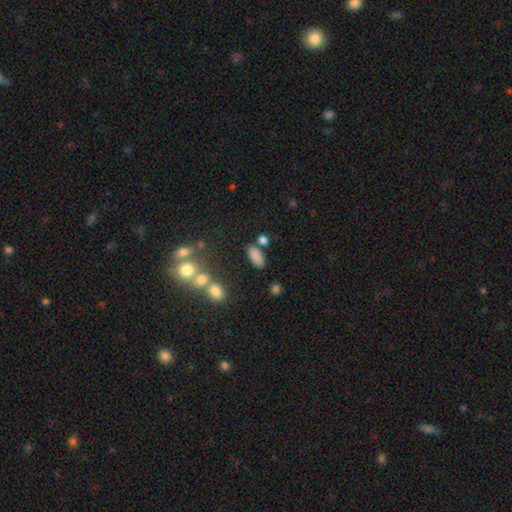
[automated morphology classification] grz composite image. It shows a smooth galaxy with no disk features (82%) that is in between round and cigar-shaped (85%). Merging: none (73%).